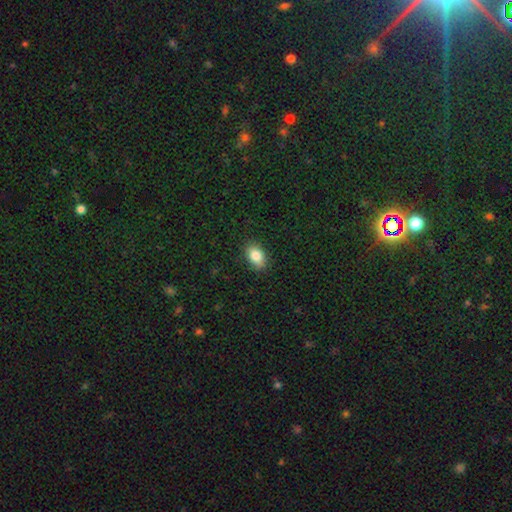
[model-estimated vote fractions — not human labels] This is clearly a smooth galaxy (84%). How rounded: clearly in between (87%). Merging: clearly none (87%).